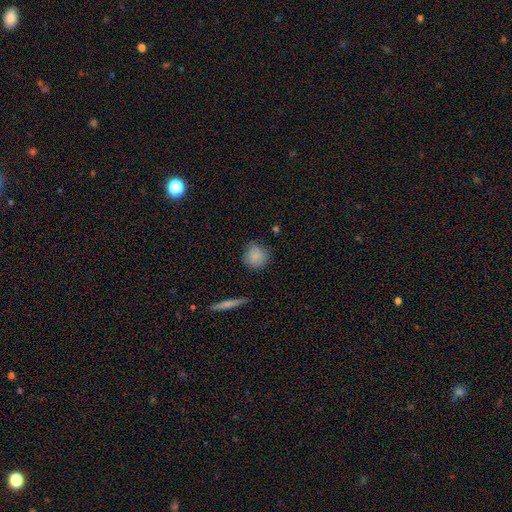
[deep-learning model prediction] Morphology: type=smooth (85%); roundness=round (87%); merging=none (80%).